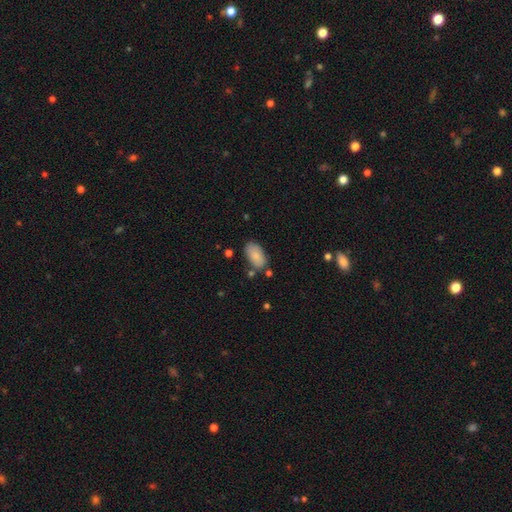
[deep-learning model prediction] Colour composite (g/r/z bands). It shows a smooth galaxy with no disk features (84%) that is in between round and cigar-shaped (95%). Merging: none (72%).